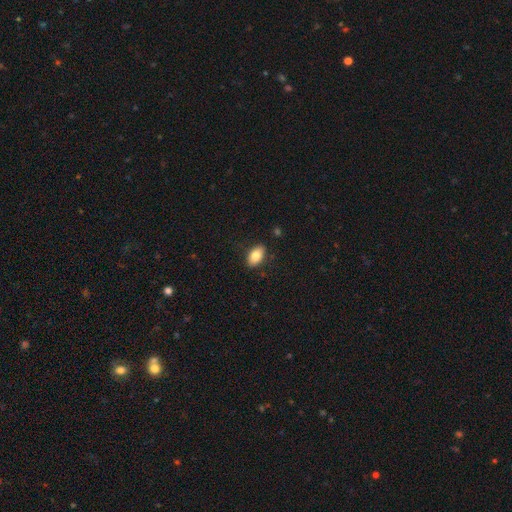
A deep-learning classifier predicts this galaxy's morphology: Smooth or featured: smooth — 82% (featured or disk — 11%)
How rounded: in between — 91% (round — 7%)
Merging: none — 87% (minor disturbance — 10%)